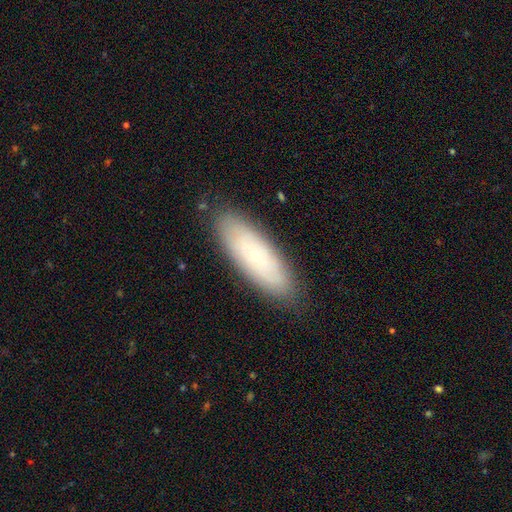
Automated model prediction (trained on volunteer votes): Smooth or featured? Predicted: smooth (p=0.53). How rounded? Predicted: in between (p=0.59). Merging? Predicted: none (p=0.85).